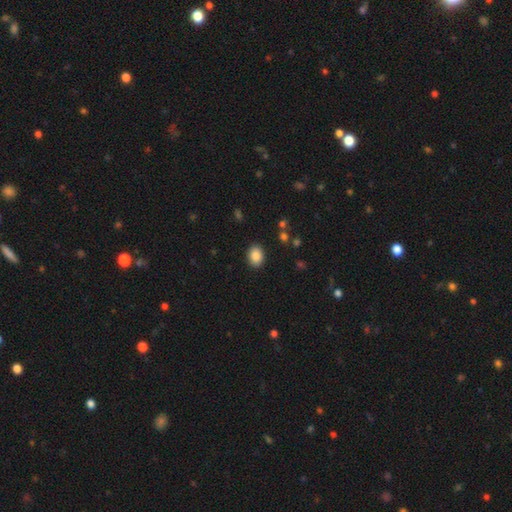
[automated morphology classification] Smooth or featured? Predicted: smooth (p=0.87). How rounded? Predicted: in between (p=0.72). Merging? Predicted: none (p=0.89).